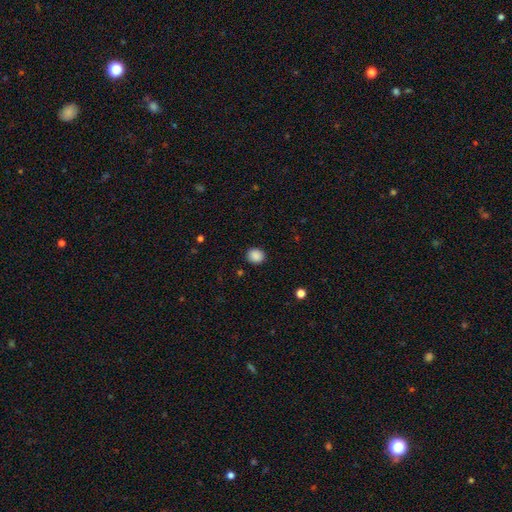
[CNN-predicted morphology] A smooth galaxy with no disk features (88%) that is round (75%). Merging: none (89%).